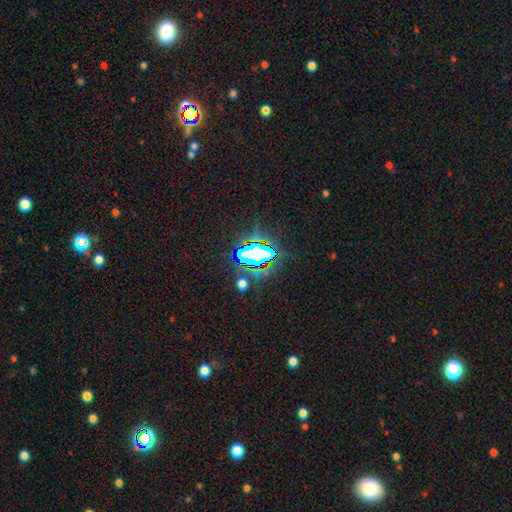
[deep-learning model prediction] A star or artifact, not a galaxy (66%).

Vote fractions:
- Smooth or featured? star or artifact: 66% / smooth: 20% / featured or disk: 14%